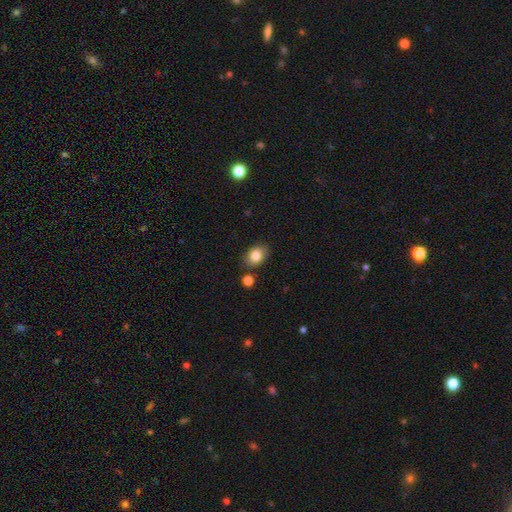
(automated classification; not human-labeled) smooth-or-featured: smooth: 84% | star or artifact: 9% | featured or disk: 7%
  how-rounded: in between: 68% | round: 31% | cigar-shaped: 1%
  merging: none: 76% | minor disturbance: 14% | merger: 6% | major disturbance: 3%